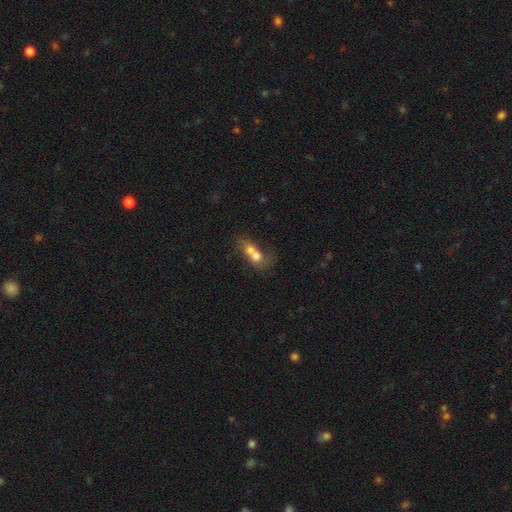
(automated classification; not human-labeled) A smooth galaxy with no disk features (62%) that is round (50%). Merging: merger (76%).